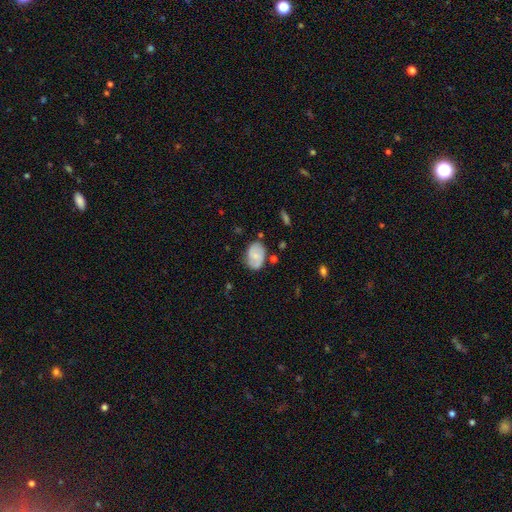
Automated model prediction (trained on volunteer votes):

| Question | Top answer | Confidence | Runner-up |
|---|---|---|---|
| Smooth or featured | featured or disk | 47% | smooth (46%) |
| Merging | none | 71% | minor disturbance (20%) |